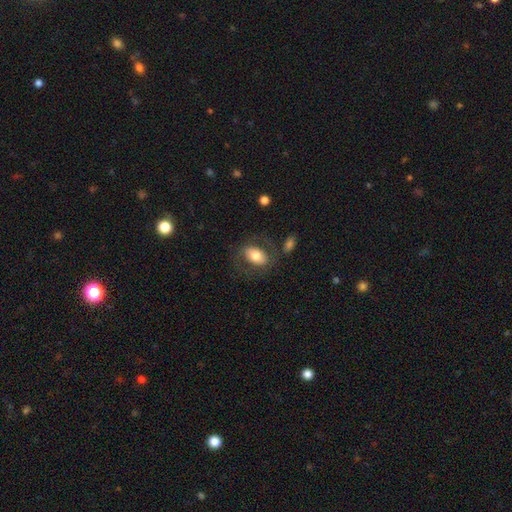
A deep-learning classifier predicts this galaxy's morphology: This is likely a smooth galaxy (67%). How rounded: clearly in between (88%). Merging: likely none (67%).